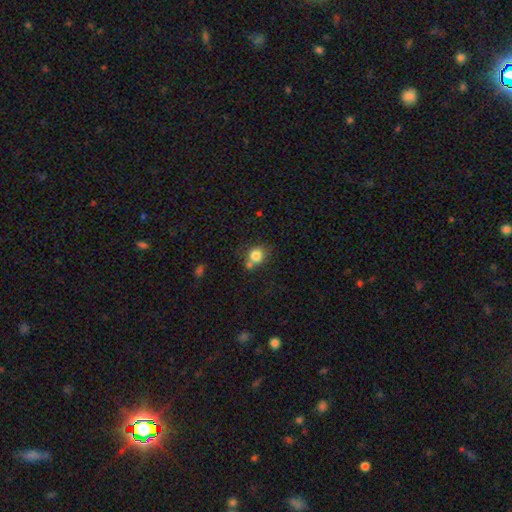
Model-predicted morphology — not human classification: smooth 80%, star or artifact 10%, featured or disk 9%. Down the decision tree: how rounded — round (75%); merging — none (52%).